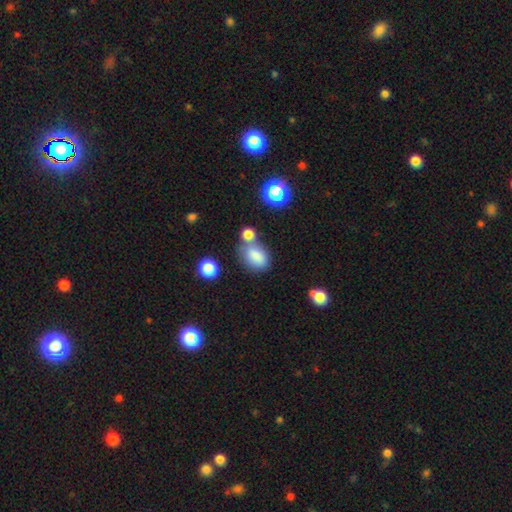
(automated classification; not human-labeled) smooth 82%, star or artifact 10%, featured or disk 8%. Down the decision tree: how rounded — in between (79%); merging — none (48%).